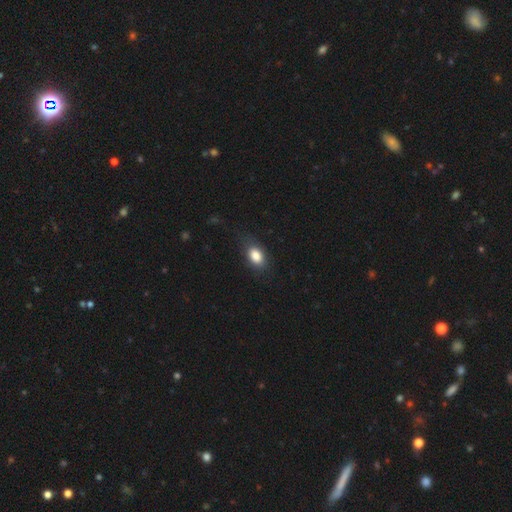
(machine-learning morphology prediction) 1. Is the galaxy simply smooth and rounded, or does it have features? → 85% smooth, 8% star or artifact, 7% featured or disk.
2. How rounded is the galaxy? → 86% in between, 12% round, 2% cigar-shaped.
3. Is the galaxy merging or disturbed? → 76% none, 18% minor disturbance, 5% major disturbance, 1% merger.